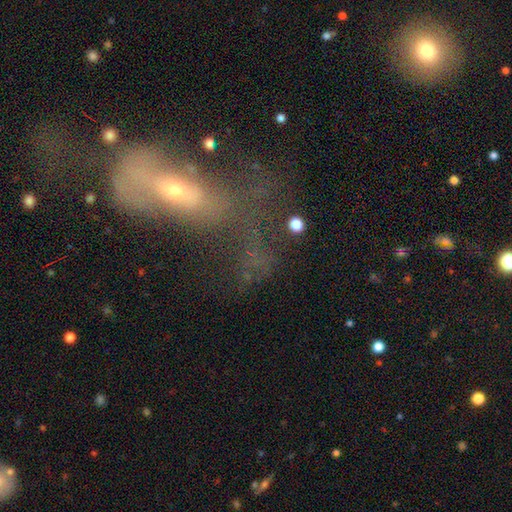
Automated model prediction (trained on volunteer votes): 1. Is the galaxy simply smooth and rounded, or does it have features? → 46% featured or disk, 35% smooth, 20% star or artifact.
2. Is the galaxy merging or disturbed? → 50% major disturbance, 21% none, 15% minor disturbance, 14% merger.